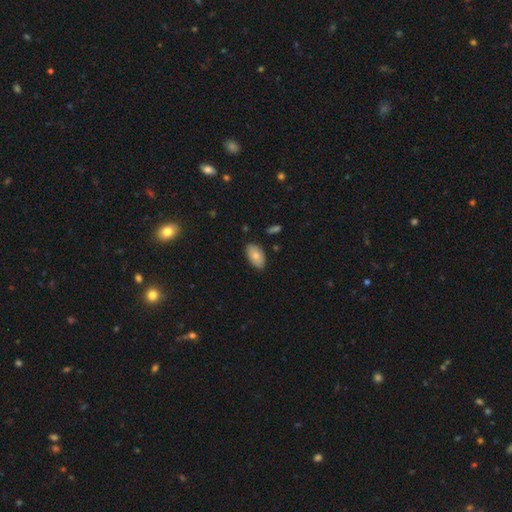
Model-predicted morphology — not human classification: Smooth or featured?
  - smooth: 78% *
  - featured or disk: 16%
  - star or artifact: 7%
How rounded?
  - in between: 94% *
  - round: 4%
  - cigar-shaped: 2%
Merging?
  - none: 83% *
  - minor disturbance: 13%
  - major disturbance: 2%
  - merger: 2%